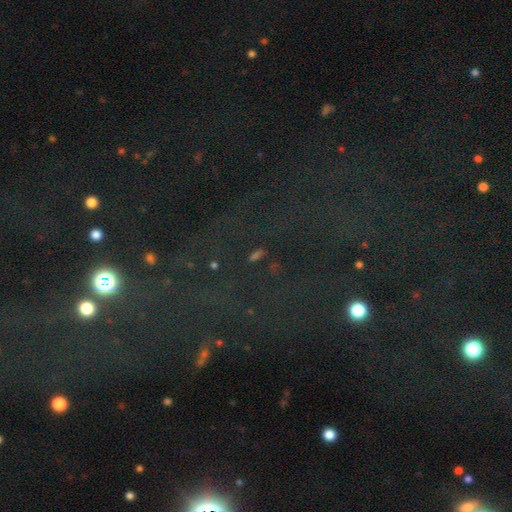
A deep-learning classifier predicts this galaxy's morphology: smooth-or-featured: star or artifact: 60% | smooth: 28% | featured or disk: 12%